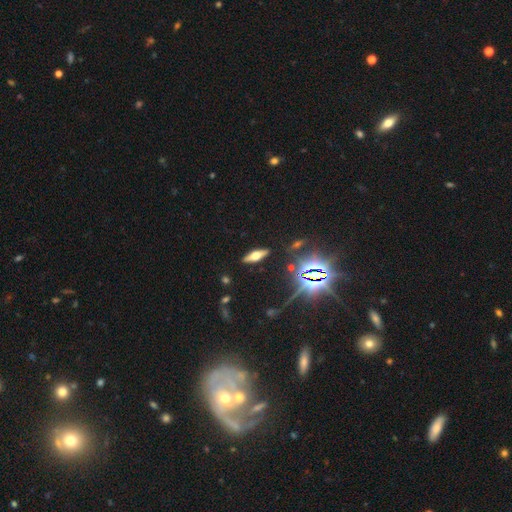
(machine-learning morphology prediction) Overall: featured or disk (46%; smooth 35%). Merging: none (88%).